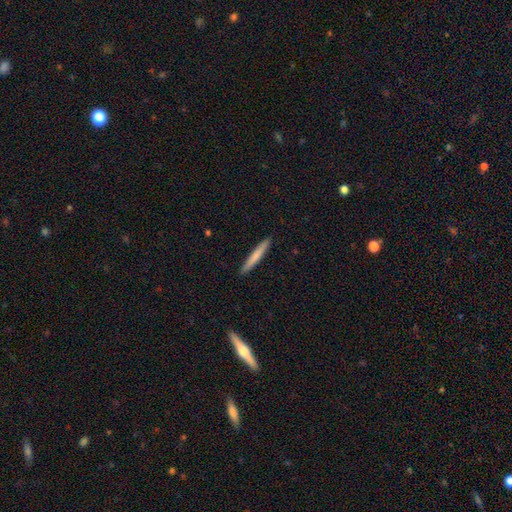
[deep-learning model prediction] A smooth galaxy with no disk features (72%) that is cigar-shaped (96%).

Vote fractions:
- Smooth or featured? smooth: 72% / featured or disk: 23% / star or artifact: 5%
- How rounded? cigar-shaped: 96% / in between: 3% / round: 1%
- Merging? none: 92% / minor disturbance: 5% / major disturbance: 1% / merger: 1%